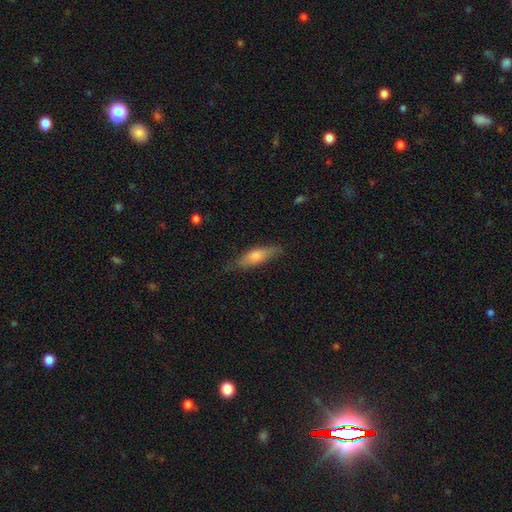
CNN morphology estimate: smooth-or-featured: smooth: 60% | featured or disk: 34% | star or artifact: 6%
  how-rounded: cigar-shaped: 64% | in between: 34% | round: 2%
  merging: none: 77% | minor disturbance: 18% | major disturbance: 3% | merger: 1%